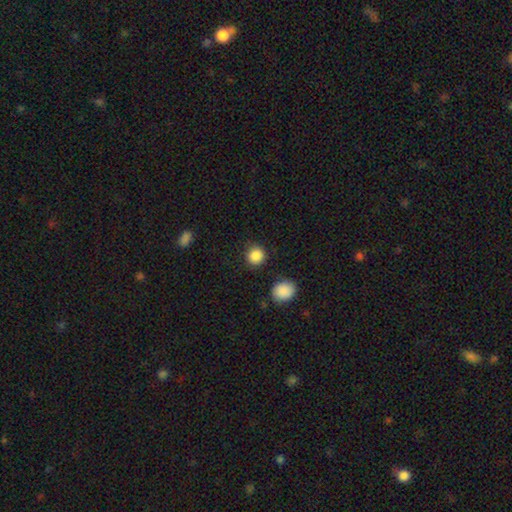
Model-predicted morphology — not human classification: A smooth galaxy with no disk features (87%) that is round (91%).

Vote fractions:
- Smooth or featured? smooth: 87% / star or artifact: 9% / featured or disk: 3%
- How rounded? round: 91% / in between: 8% / cigar-shaped: 1%
- Merging? none: 87% / minor disturbance: 8% / major disturbance: 3% / merger: 2%